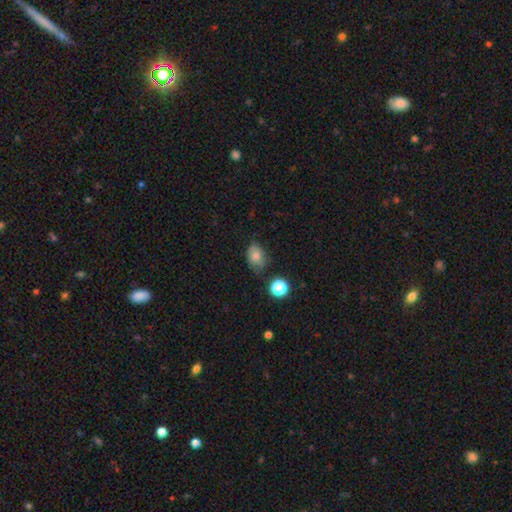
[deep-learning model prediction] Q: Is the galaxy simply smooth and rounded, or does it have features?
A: smooth — 75%.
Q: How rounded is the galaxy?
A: in between — 69%.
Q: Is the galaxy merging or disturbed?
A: none — 58%.